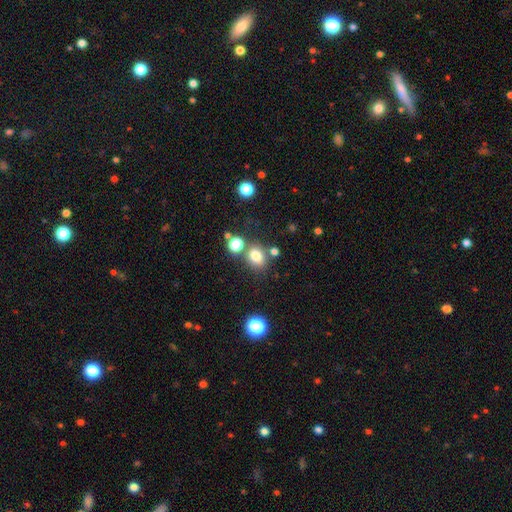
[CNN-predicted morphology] This is likely a smooth galaxy (78%). How rounded: possibly round (55%). Merging: likely none (67%).